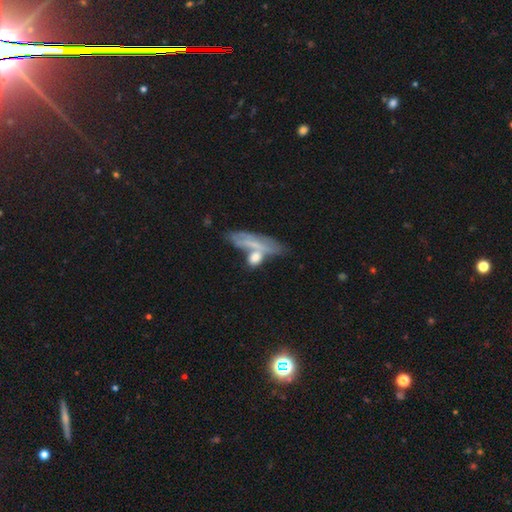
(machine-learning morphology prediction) smooth_or_featured: featured or disk (p=0.42) [alt: smooth p=0.37]
merging: none (p=0.50) [alt: merger p=0.23]